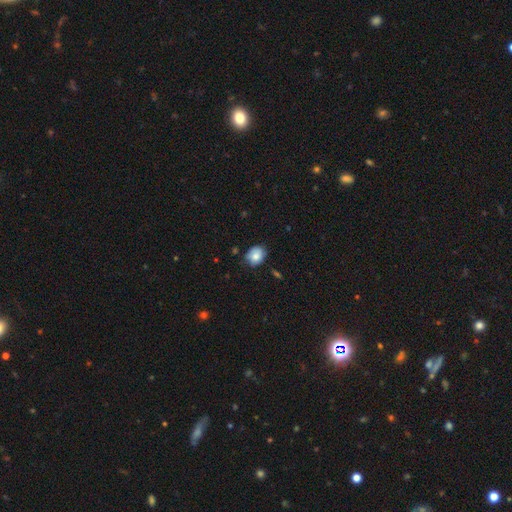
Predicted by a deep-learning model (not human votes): A smooth galaxy with no disk features (77%) that is round (54%).

Vote fractions:
- Smooth or featured? smooth: 77% / featured or disk: 15% / star or artifact: 9%
- How rounded? round: 54% / in between: 45% / cigar-shaped: 1%
- Merging? none: 66% / minor disturbance: 27% / major disturbance: 5% / merger: 3%